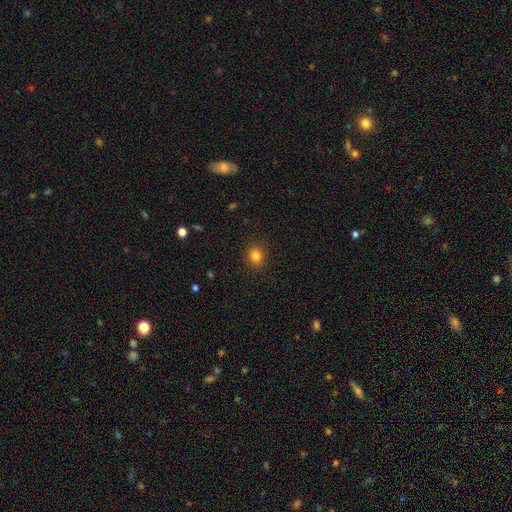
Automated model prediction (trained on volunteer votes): This is clearly a smooth galaxy (82%). How rounded: likely round (76%). Merging: clearly none (90%).